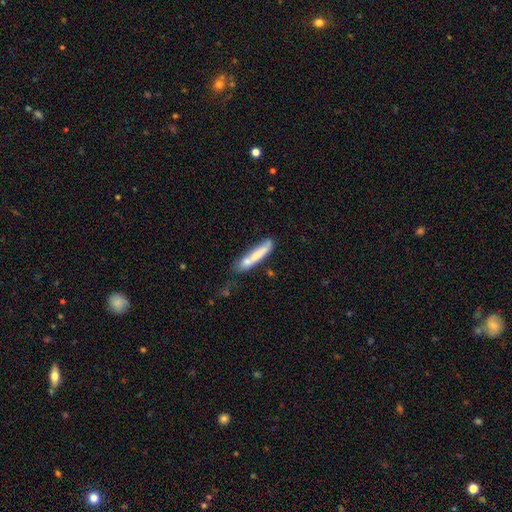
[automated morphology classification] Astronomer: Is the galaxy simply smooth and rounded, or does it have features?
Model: smooth — 67%.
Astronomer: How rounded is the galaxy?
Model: cigar-shaped — 89%.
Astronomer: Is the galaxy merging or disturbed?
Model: none — 49%.